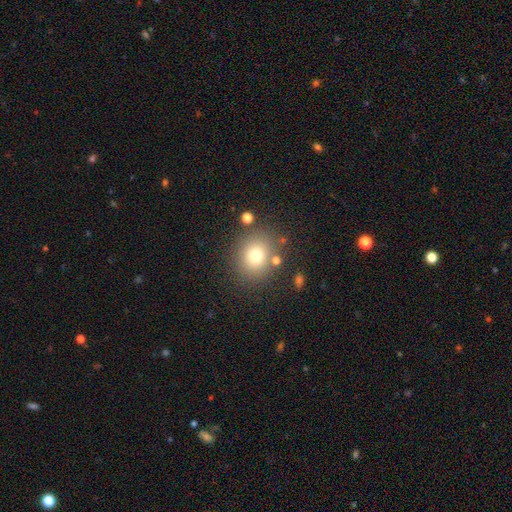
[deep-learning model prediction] smooth-or-featured: smooth: 74% | star or artifact: 14% | featured or disk: 12%
  how-rounded: round: 77% | in between: 22% | cigar-shaped: 1%
  merging: none: 79% | minor disturbance: 11% | merger: 6% | major disturbance: 5%